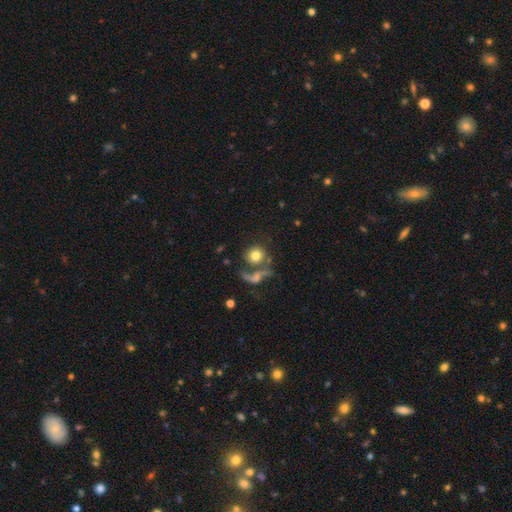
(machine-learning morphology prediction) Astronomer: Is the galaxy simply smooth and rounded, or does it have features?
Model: smooth — 74%.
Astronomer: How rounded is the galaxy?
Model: round — 85%.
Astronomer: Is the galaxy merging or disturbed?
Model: none — 47% (runner-up: merger, 30%).